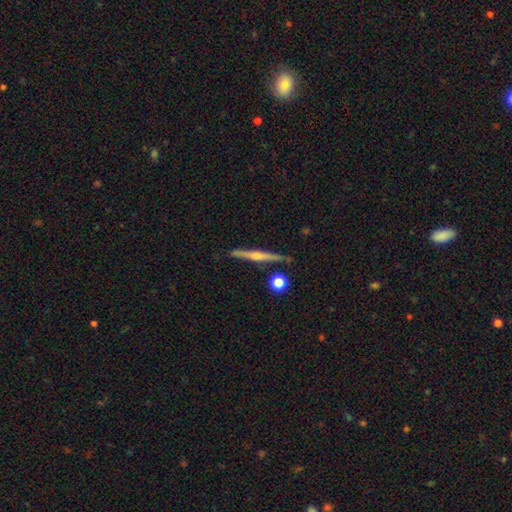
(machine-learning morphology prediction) type=featured or disk (78%); edge-on=yes (98%); edge-on bulge=rounded (78%); merging=none (89%).